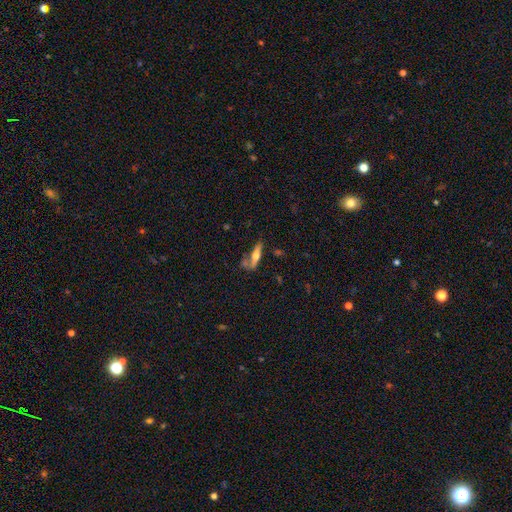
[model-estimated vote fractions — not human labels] Morphology: type=featured or disk (50%); edge-on=yes (86%); merging=none (53%).